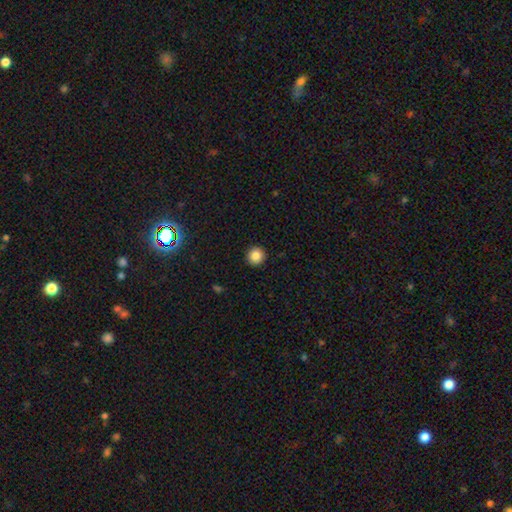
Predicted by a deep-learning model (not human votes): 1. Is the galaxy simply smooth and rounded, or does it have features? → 86% smooth, 10% star or artifact, 4% featured or disk.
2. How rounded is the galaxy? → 95% round, 4% in between, 1% cigar-shaped.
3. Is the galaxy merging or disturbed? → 93% none, 5% minor disturbance, 2% major disturbance, 1% merger.